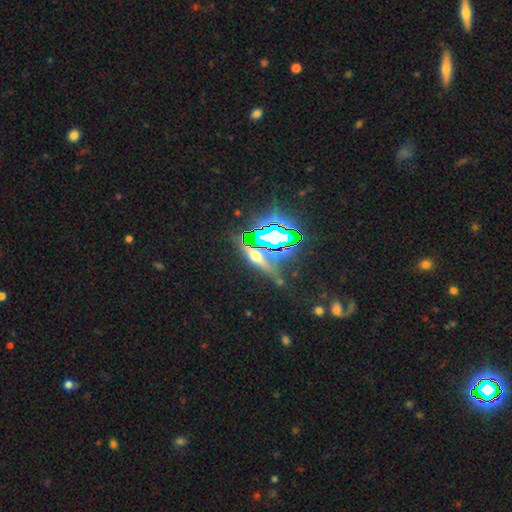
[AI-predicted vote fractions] smooth_or_featured: star or artifact (p=0.50) [alt: featured or disk p=0.25]